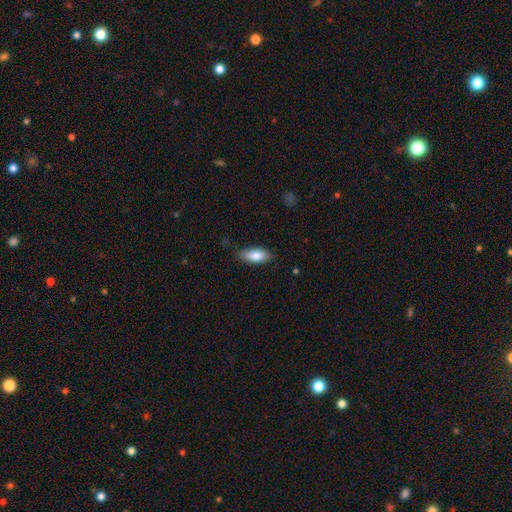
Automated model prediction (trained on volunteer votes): This is clearly a smooth galaxy (82%). How rounded: clearly in between (82%). Merging: clearly none (83%).